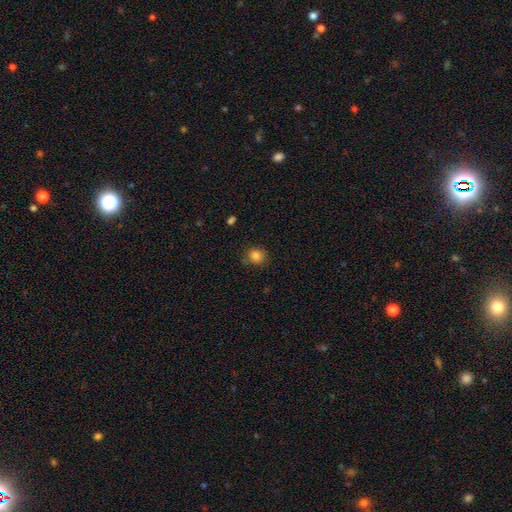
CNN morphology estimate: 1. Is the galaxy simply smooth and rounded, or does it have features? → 84% smooth, 11% star or artifact, 5% featured or disk.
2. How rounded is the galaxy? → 82% round, 17% in between, 1% cigar-shaped.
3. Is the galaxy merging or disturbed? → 80% none, 15% minor disturbance, 3% major disturbance, 2% merger.